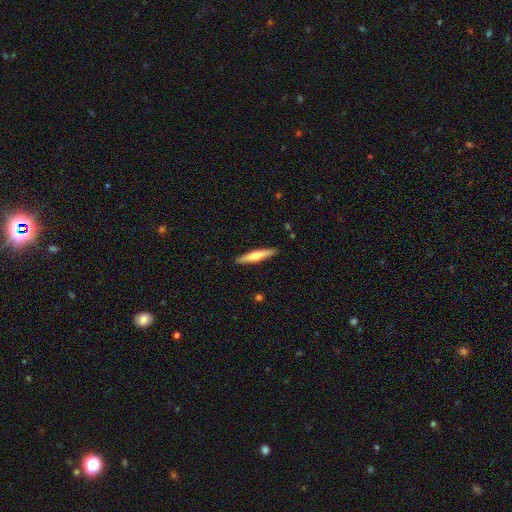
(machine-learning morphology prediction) This is possibly a smooth galaxy (49%). Merging: clearly none (90%).